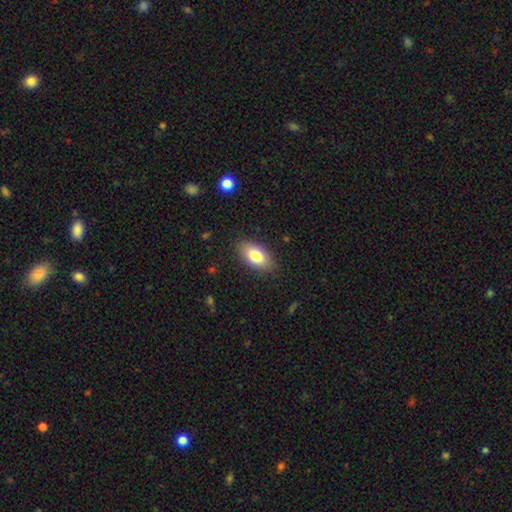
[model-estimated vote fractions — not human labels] The model was most divided on "smooth or featured": smooth: 80%, featured or disk: 13%, star or artifact: 7%. More confident: how rounded — in between (92%); merging — none (86%).